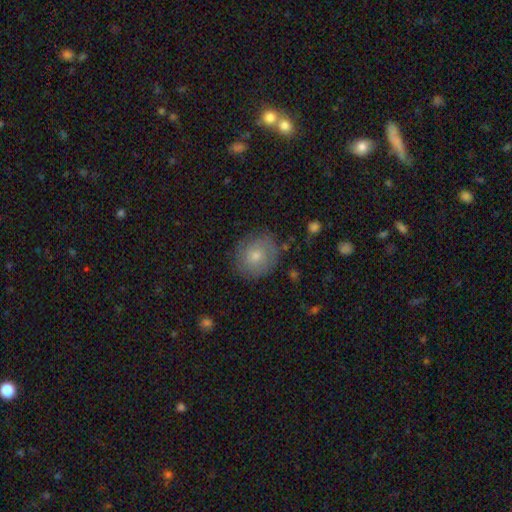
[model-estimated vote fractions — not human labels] smooth_or_featured: smooth (p=0.63) [alt: featured or disk p=0.25]
how_rounded: round (p=0.78) [alt: in between p=0.21]
merging: none (p=0.82) [alt: minor disturbance p=0.13]